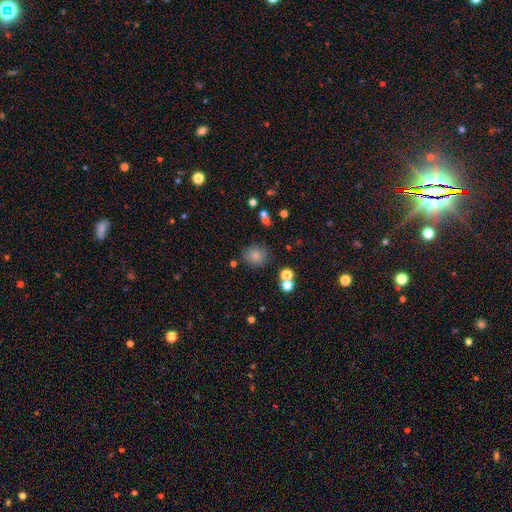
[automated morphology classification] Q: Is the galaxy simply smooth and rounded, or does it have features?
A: smooth — 79%.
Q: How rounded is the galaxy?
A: round — 87%.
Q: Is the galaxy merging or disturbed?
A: none — 79%.